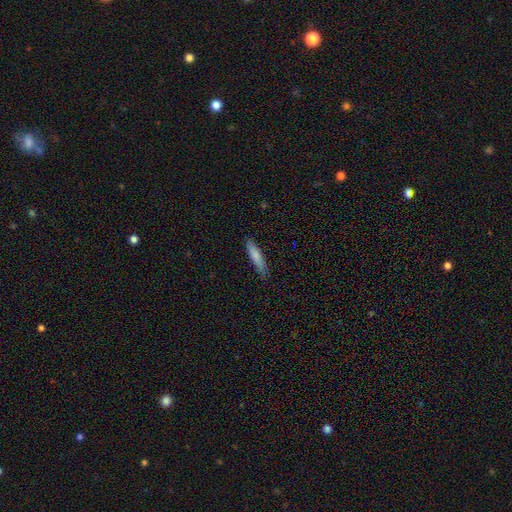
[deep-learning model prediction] smooth-or-featured: smooth: 79% | featured or disk: 15% | star or artifact: 6%
  how-rounded: cigar-shaped: 82% | in between: 17% | round: 1%
  merging: none: 83% | minor disturbance: 14% | major disturbance: 2% | merger: 1%